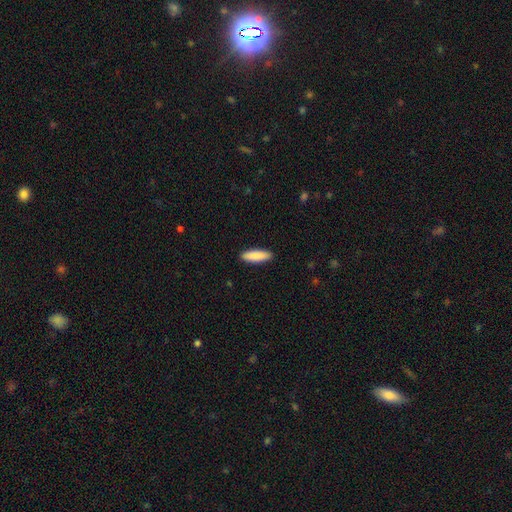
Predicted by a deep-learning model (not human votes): This is clearly a smooth galaxy (89%). How rounded: likely cigar-shaped (61%). Merging: clearly none (91%).